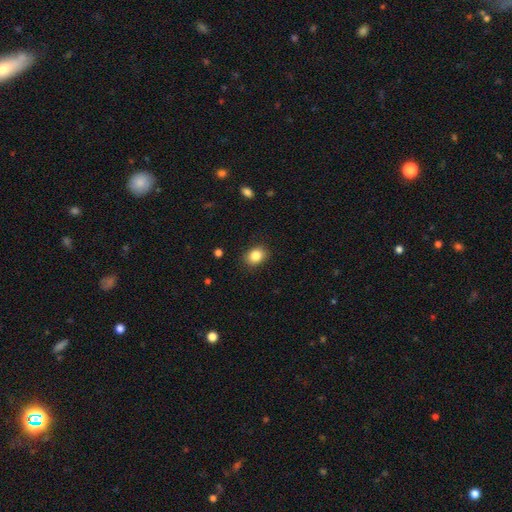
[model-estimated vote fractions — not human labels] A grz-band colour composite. It shows a smooth galaxy with no disk features (85%) that is in between round and cigar-shaped (57%). Merging: none (86%).